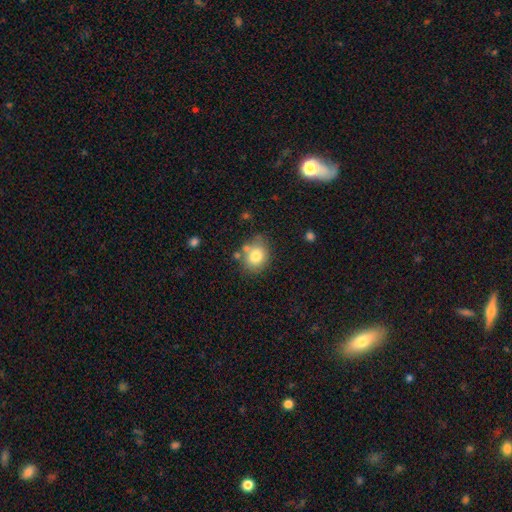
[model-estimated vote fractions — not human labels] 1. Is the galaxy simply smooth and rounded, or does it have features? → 79% smooth, 12% featured or disk, 10% star or artifact.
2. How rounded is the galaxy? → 53% round, 46% in between, 1% cigar-shaped.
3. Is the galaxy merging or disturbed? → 67% none, 18% minor disturbance, 10% merger, 5% major disturbance.